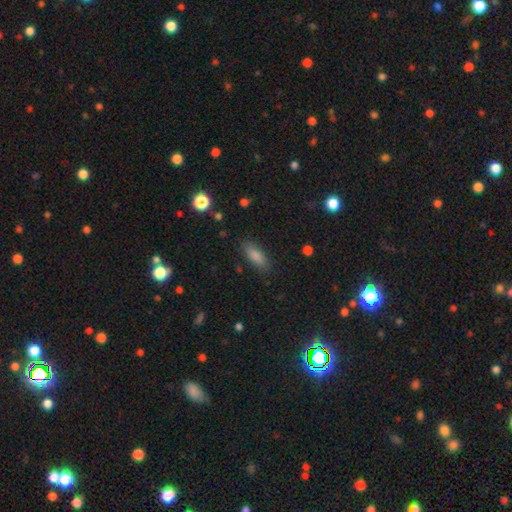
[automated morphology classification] Smooth or featured: smooth — 85% (star or artifact — 8%)
How rounded: in between — 73% (cigar-shaped — 25%)
Merging: none — 83% (minor disturbance — 12%)